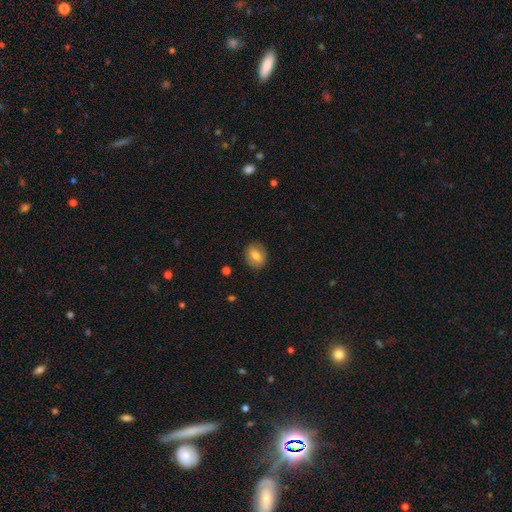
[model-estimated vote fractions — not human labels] smooth_or_featured: smooth (p=0.70) [alt: featured or disk p=0.22]
how_rounded: in between (p=0.52) [alt: round p=0.46]
merging: none (p=0.86) [alt: minor disturbance p=0.10]